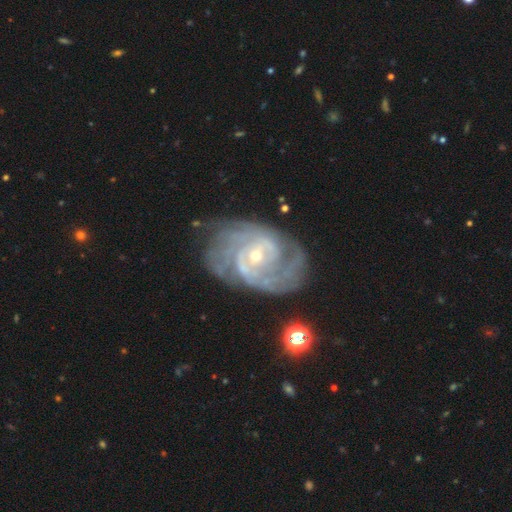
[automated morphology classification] This is clearly a featured or disk galaxy (89%). It is clearly not viewed edge-on (97%). Bar: possibly no (50%). Spiral arm pattern: clearly yes (96%). Spiral arm count: marginally 2 (30%). Spiral winding: possibly tight (59%). Central bulge: likely small (71%). Merging: likely none (65%).